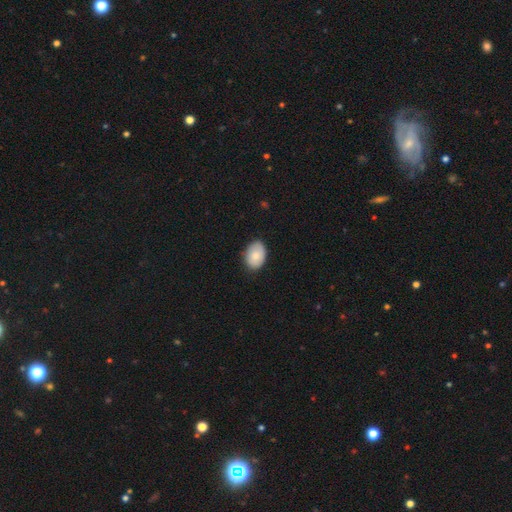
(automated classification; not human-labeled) Overall: smooth (81%). How rounded: in between (81%). Merging: none (82%).